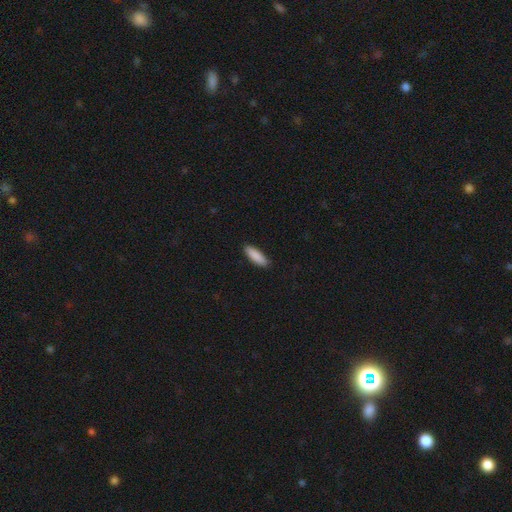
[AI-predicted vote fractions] Smooth or featured: smooth — 90% (star or artifact — 5%)
How rounded: cigar-shaped — 51% (in between — 48%)
Merging: none — 89% (minor disturbance — 8%)